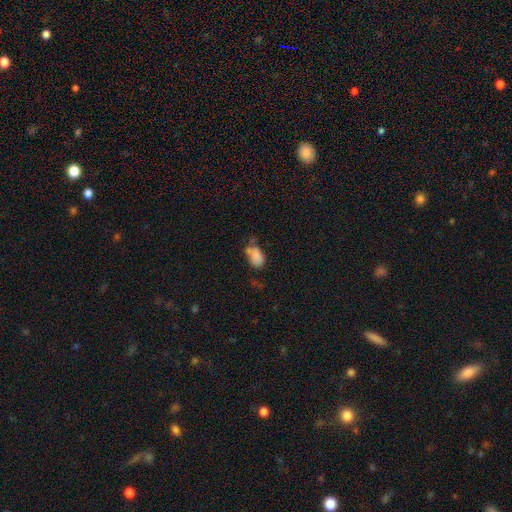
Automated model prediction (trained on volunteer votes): Morphology: type=smooth (78%); roundness=in between (89%); merging=none (36%).